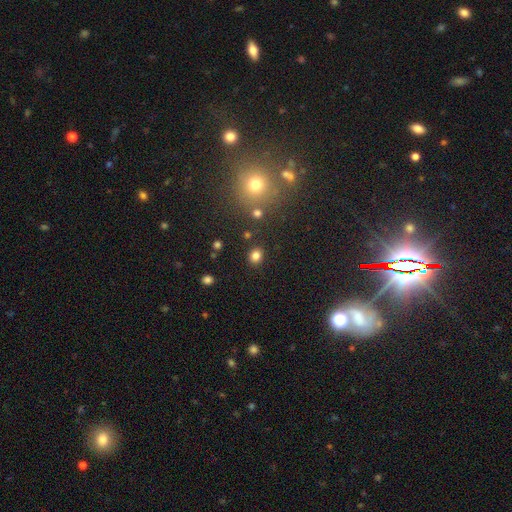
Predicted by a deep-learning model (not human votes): smooth 81%, star or artifact 14%, featured or disk 5%. Down the decision tree: how rounded — round (70%); merging — none (86%).